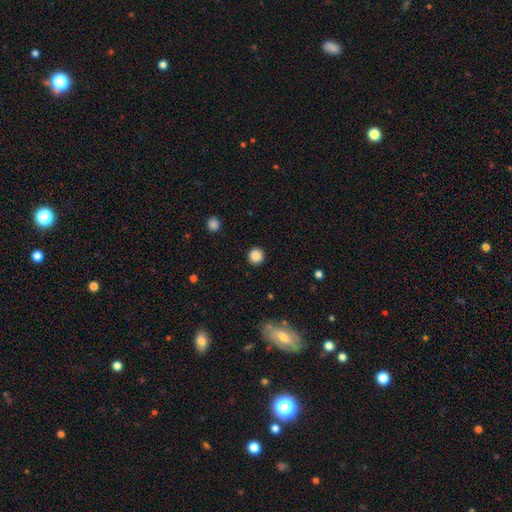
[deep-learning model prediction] A smooth galaxy with no disk features (87%) that is round (95%).

Vote fractions:
- Smooth or featured? smooth: 87% / star or artifact: 10% / featured or disk: 3%
- How rounded? round: 95% / in between: 4% / cigar-shaped: 1%
- Merging? none: 93% / minor disturbance: 5% / major disturbance: 2% / merger: 1%